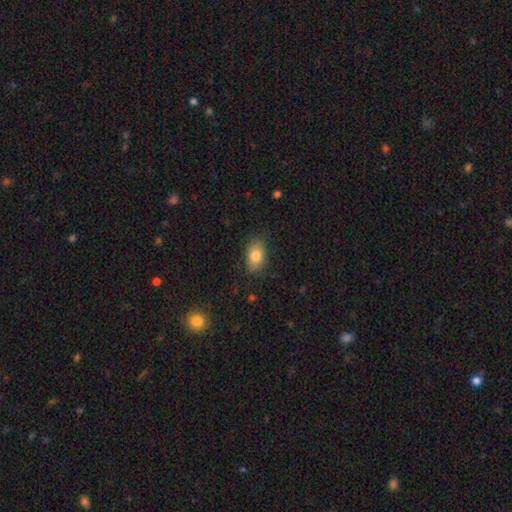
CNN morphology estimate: A smooth galaxy with no disk features (81%) that is in between round and cigar-shaped (85%).

Vote fractions:
- Smooth or featured? smooth: 81% / featured or disk: 10% / star or artifact: 8%
- How rounded? in between: 85% / round: 13% / cigar-shaped: 2%
- Merging? none: 82% / minor disturbance: 13% / major disturbance: 3% / merger: 1%